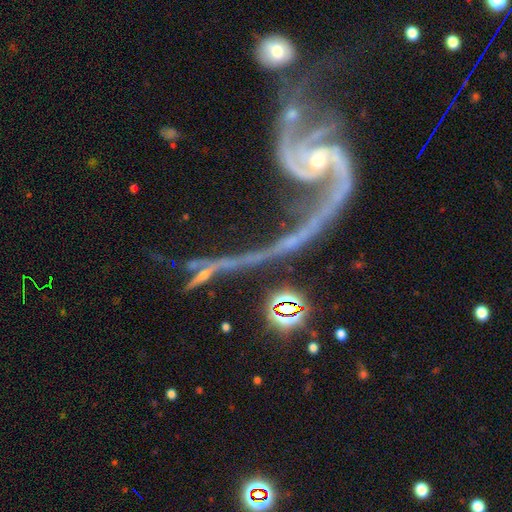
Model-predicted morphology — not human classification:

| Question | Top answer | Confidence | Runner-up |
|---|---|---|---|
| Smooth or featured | featured or disk | 70% | star or artifact (21%) |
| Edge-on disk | no | 77% | yes (23%) |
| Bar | no | 57% | weak (24%) |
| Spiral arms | yes | 72% | no (28%) |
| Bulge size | small | 49% | moderate (26%) |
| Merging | none | 36% | major disturbance (30%) |